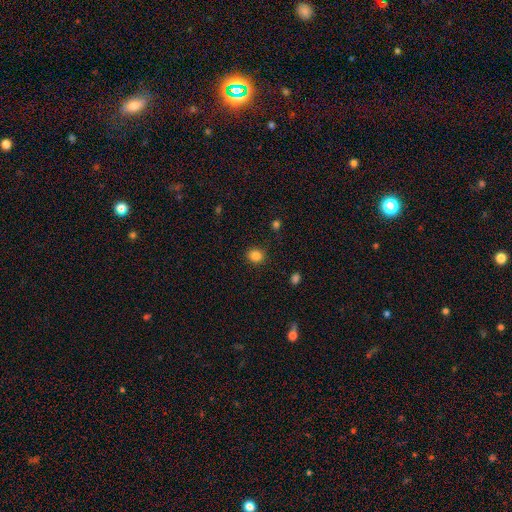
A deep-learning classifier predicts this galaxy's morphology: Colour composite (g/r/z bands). It shows a smooth galaxy with no disk features (85%) that is round (80%). Merging: none (87%).